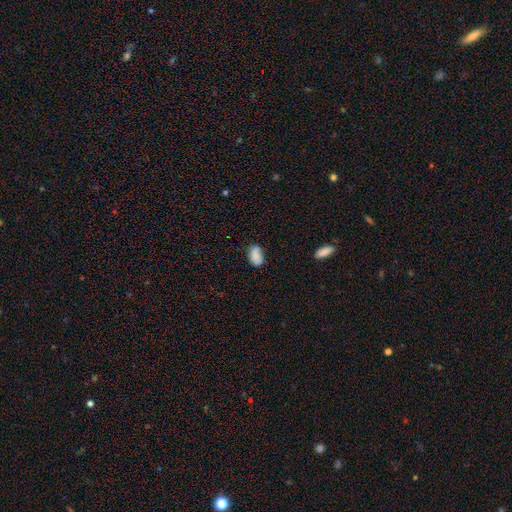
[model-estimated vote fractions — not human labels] smooth_or_featured: smooth (p=0.84) [alt: star or artifact p=0.09]
how_rounded: in between (p=0.90) [alt: round p=0.08]
merging: none (p=0.64) [alt: minor disturbance p=0.27]